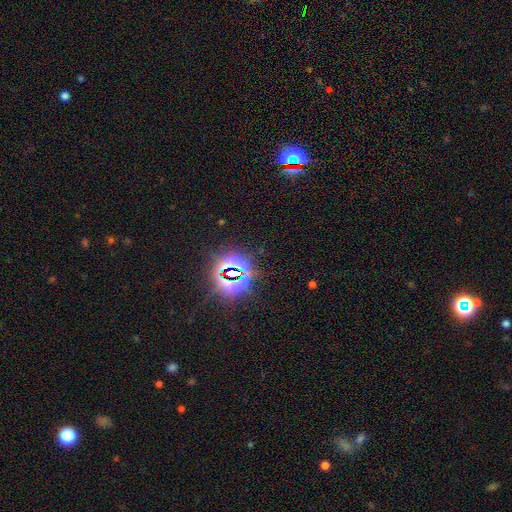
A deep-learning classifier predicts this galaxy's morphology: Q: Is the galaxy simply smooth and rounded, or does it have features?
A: star or artifact — 81%.